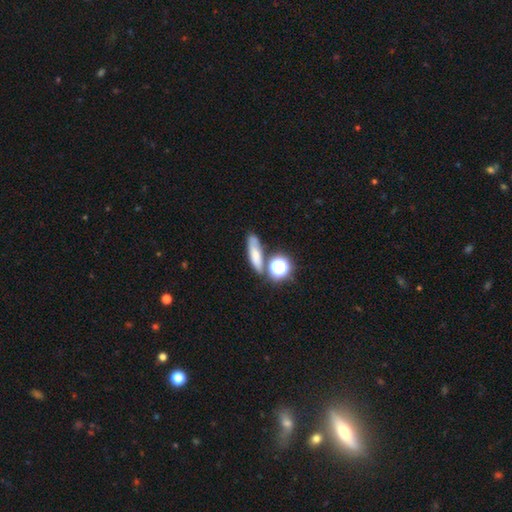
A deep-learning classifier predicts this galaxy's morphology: The model was most divided on "how rounded": cigar-shaped: 41%, in between: 32%, round: 27%. More confident: merging — none (66%); smooth or featured — smooth (64%).